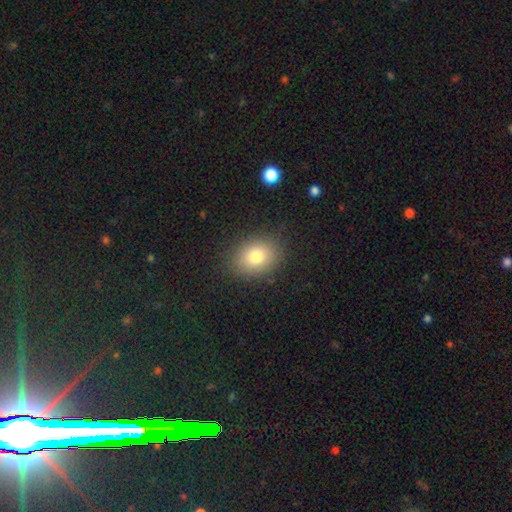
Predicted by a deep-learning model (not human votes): This is likely a smooth galaxy (79%). How rounded: likely in between (60%). Merging: clearly none (87%).